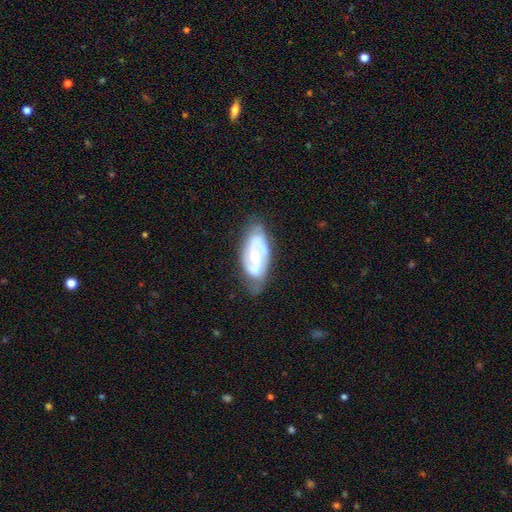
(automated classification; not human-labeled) A featured or disk galaxy (72%) with no bar (47%), 2 (64%) tight (47%) spiral arms (84%) and a moderate central bulge (44%). Merging: none (65%).